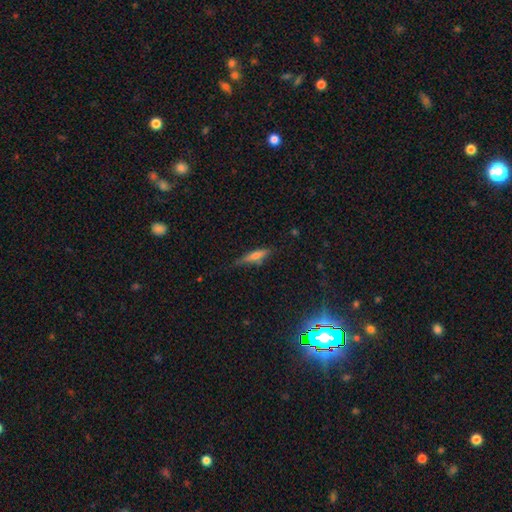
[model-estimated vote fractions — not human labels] Overall: smooth (51%; featured or disk 40%). How rounded: cigar-shaped (79%). Merging: none (73%).